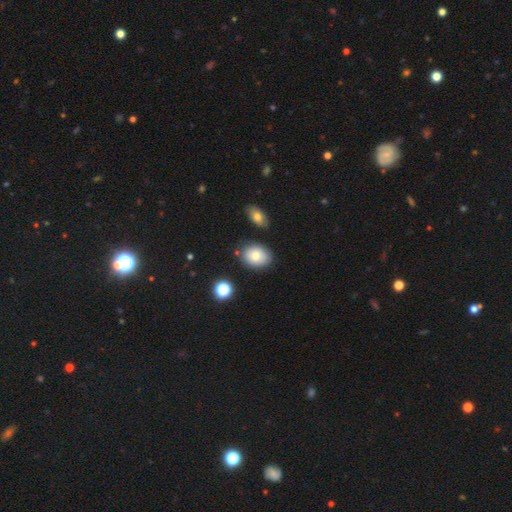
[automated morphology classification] Smooth or featured? smooth (77%)
How rounded? in between (66%)
Merging? none (79%)